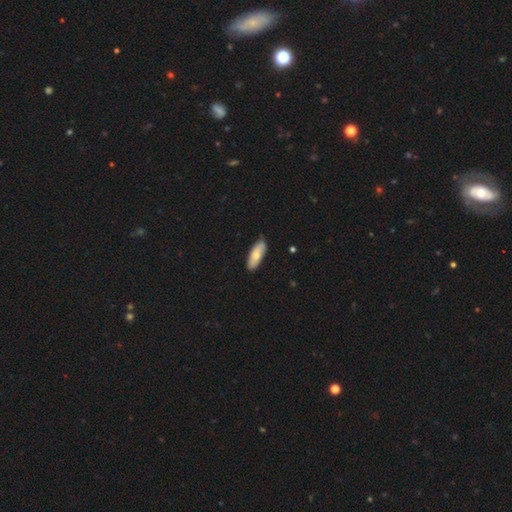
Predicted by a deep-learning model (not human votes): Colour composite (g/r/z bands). It shows a smooth galaxy with no disk features (72%) that is in between round and cigar-shaped (71%). Merging: none (85%).